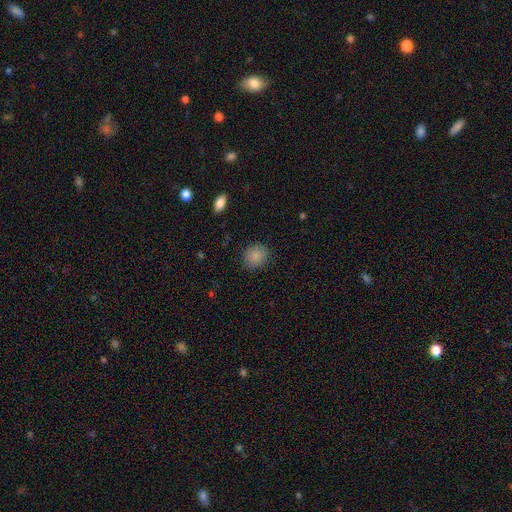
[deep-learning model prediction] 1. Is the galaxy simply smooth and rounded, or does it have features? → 86% smooth, 9% star or artifact, 5% featured or disk.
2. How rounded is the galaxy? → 84% round, 15% in between, 1% cigar-shaped.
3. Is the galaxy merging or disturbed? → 87% none, 9% minor disturbance, 3% major disturbance, 1% merger.